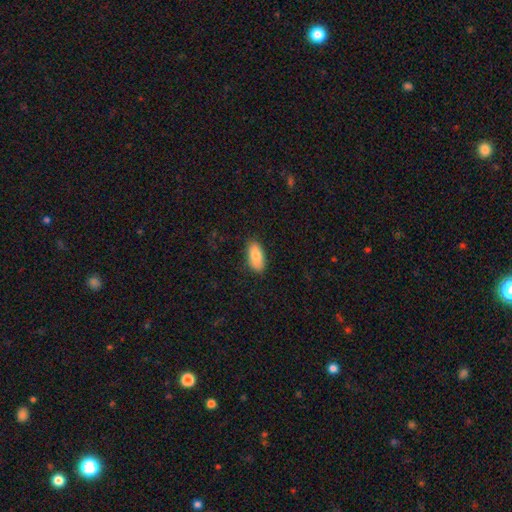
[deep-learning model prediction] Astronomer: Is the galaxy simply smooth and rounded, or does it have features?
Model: smooth — 83%.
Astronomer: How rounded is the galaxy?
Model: in between — 89%.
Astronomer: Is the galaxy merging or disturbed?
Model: none — 85%.